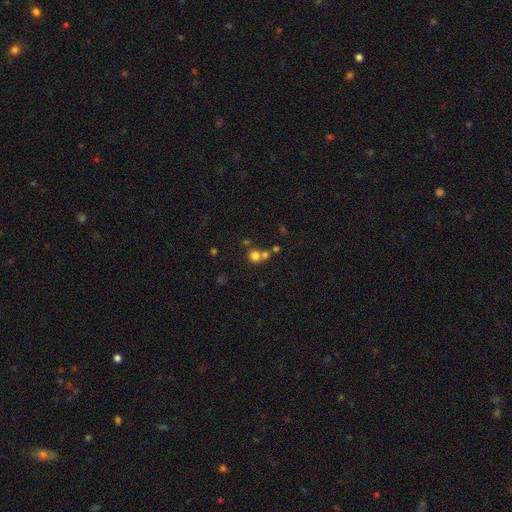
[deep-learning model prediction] The model was most divided on "merging": none: 50%, merger: 40%, minor disturbance: 7%, major disturbance: 4%. More confident: how rounded — round (87%); smooth or featured — smooth (72%).